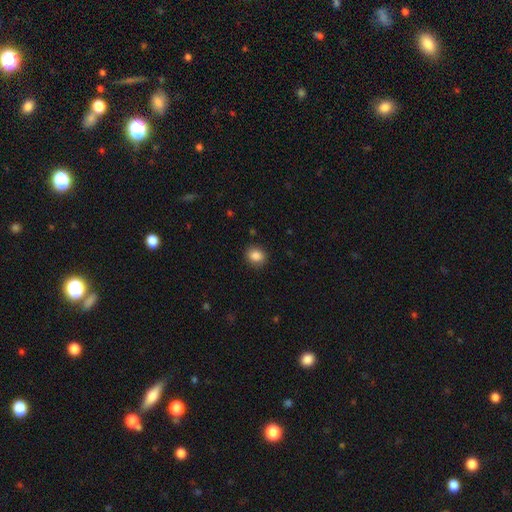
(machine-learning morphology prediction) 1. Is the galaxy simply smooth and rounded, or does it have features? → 87% smooth, 9% star or artifact, 4% featured or disk.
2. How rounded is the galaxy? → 60% round, 39% in between, 1% cigar-shaped.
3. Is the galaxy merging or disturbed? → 88% none, 8% minor disturbance, 2% major disturbance, 1% merger.